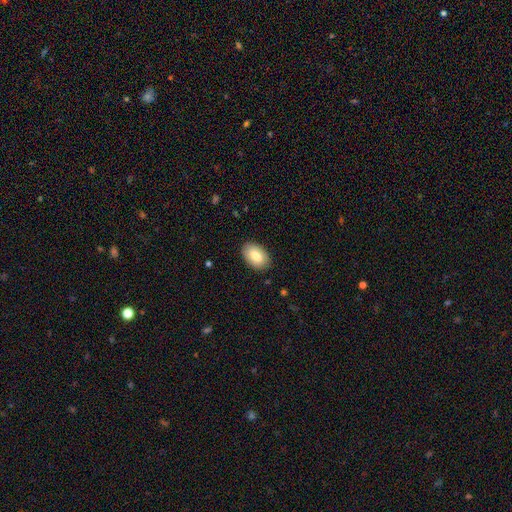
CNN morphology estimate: Smooth or featured? smooth (80%)
How rounded? in between (91%)
Merging? none (86%)